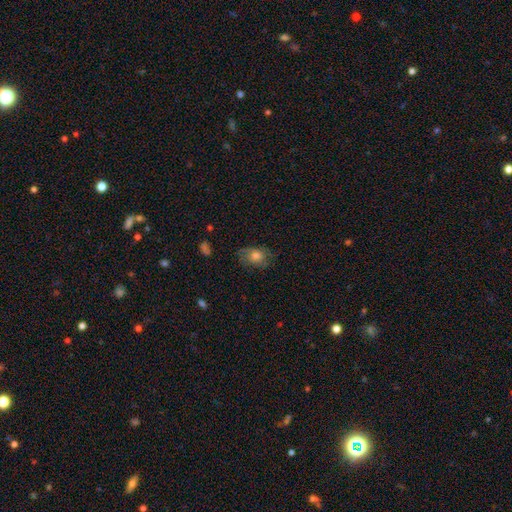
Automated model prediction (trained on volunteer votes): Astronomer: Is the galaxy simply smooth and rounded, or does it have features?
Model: smooth — 61%.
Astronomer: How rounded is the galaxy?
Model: in between — 65%.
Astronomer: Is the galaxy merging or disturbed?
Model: none — 66%.